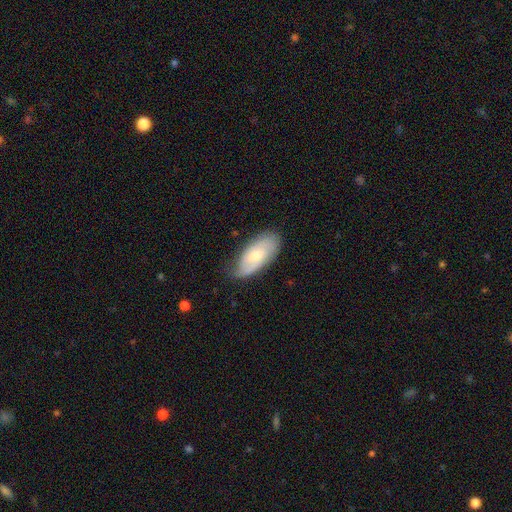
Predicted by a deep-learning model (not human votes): smooth-or-featured: smooth: 52% | featured or disk: 42% | star or artifact: 6%
  how-rounded: in between: 90% | cigar-shaped: 8% | round: 3%
  merging: none: 70% | minor disturbance: 24% | major disturbance: 5% | merger: 1%